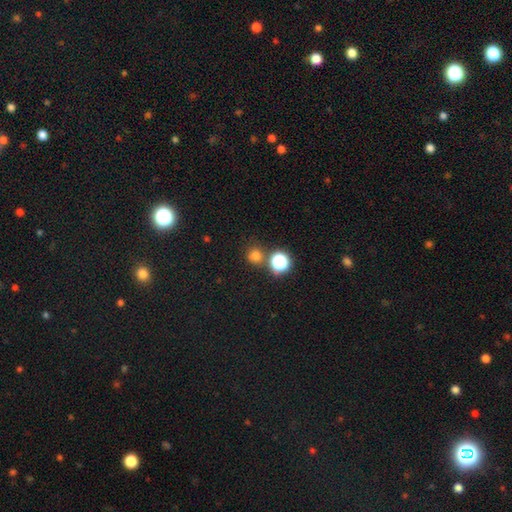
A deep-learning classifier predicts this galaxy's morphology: Smooth or featured? Predicted: smooth (p=0.73). How rounded? Predicted: round (p=0.90). Merging? Predicted: none (p=0.76).